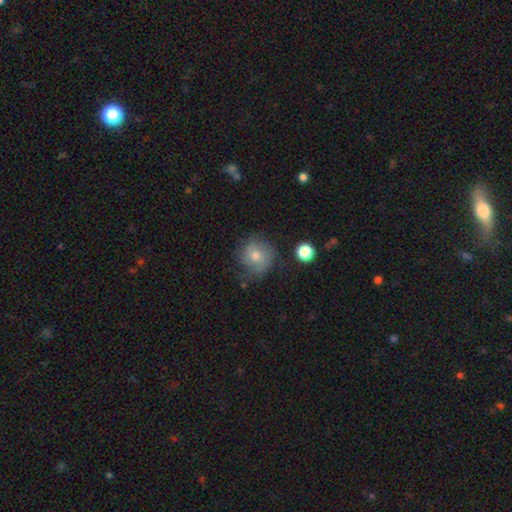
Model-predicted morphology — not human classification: smooth_or_featured: smooth (p=0.56) [alt: featured or disk p=0.32]
how_rounded: round (p=0.86) [alt: in between p=0.14]
merging: none (p=0.64) [alt: minor disturbance p=0.24]